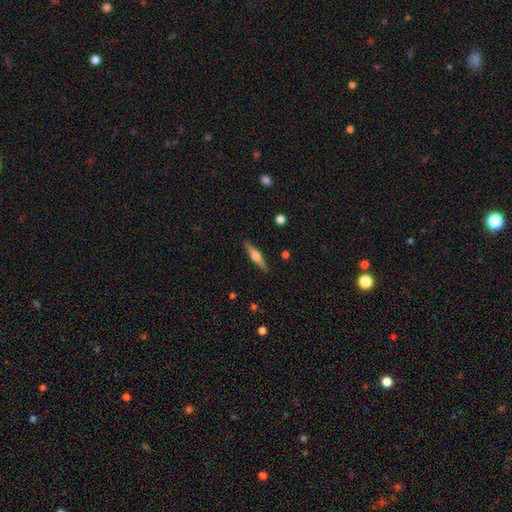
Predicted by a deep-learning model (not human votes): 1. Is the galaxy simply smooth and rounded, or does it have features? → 64% featured or disk, 30% smooth, 6% star or artifact.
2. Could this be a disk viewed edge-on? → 97% yes, 3% no.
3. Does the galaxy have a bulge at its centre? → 89% rounded, 8% boxy, 3% none.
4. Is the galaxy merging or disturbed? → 90% none, 7% minor disturbance, 2% major disturbance, 1% merger.